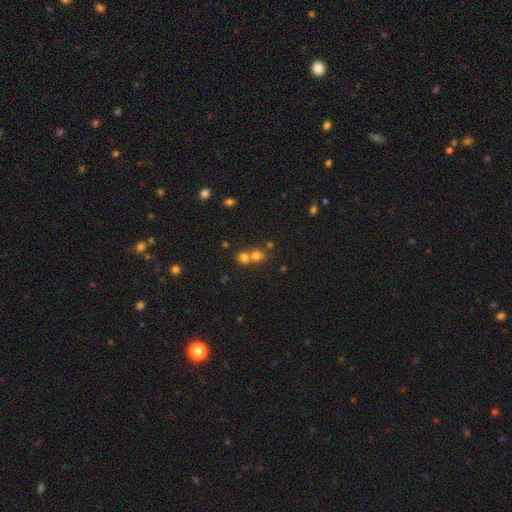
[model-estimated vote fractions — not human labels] This appears to be a smooth galaxy with no disk features (70%) that is round (82%). Merging: merger (55%).